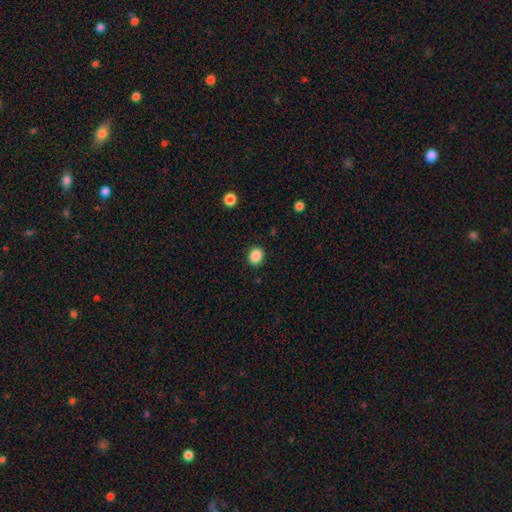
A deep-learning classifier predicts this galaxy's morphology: smooth-or-featured: smooth: 88% | star or artifact: 9% | featured or disk: 3%
  how-rounded: round: 56% | in between: 43% | cigar-shaped: 1%
  merging: none: 89% | minor disturbance: 7% | major disturbance: 2% | merger: 1%